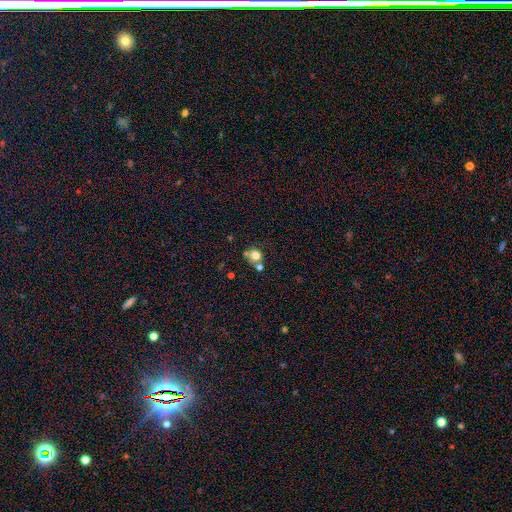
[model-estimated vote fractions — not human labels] This appears to be a smooth galaxy with no disk features (74%) that is round (74%). Merging: none (48%).